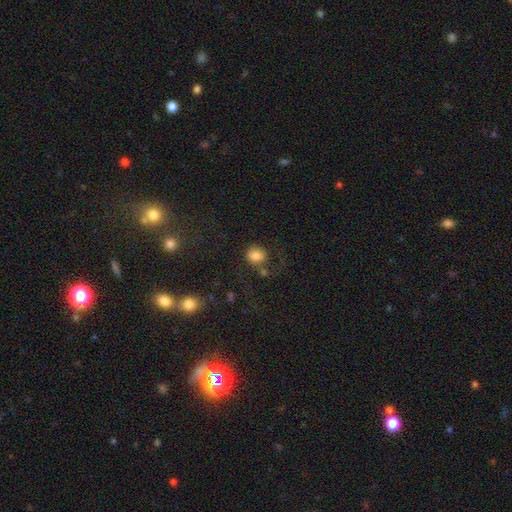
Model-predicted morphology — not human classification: This appears to be a smooth galaxy with no disk features (77%) that is round (71%). Merging: none (52%).